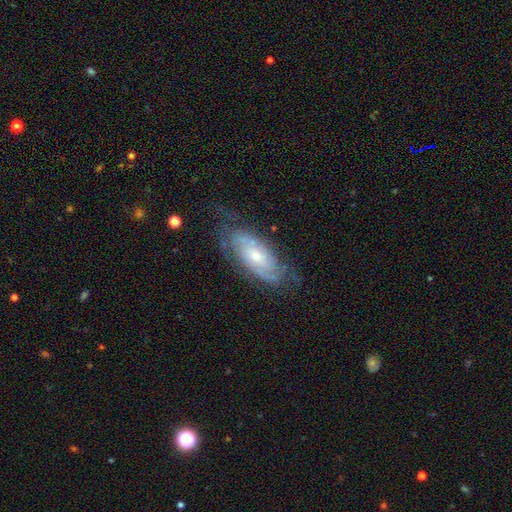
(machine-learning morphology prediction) The model was most divided on "spiral arm count" (2-way tie): 2: 39%, can't tell: 39%, 3: 11%, 4: 4%, 1: 4%, more than 4: 3%. Remaining: spiral arms — yes (92%); edge-on disk — no (91%); smooth or featured — featured or disk (79%); merging — none (68%); bar — no (64%); spiral winding — tight (62%); bulge size — small (50%).